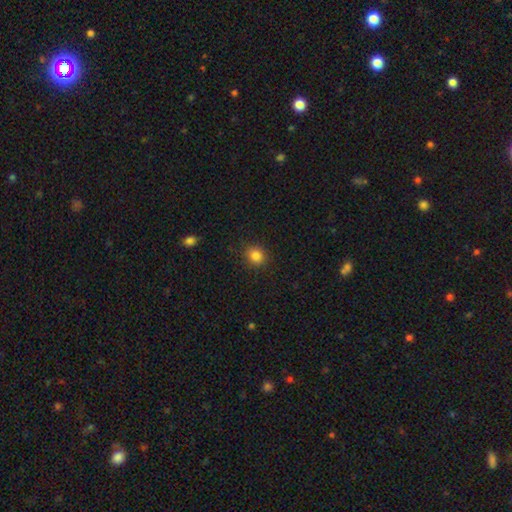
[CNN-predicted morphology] Overall: smooth (84%). How rounded: round (79%). Merging: none (89%).